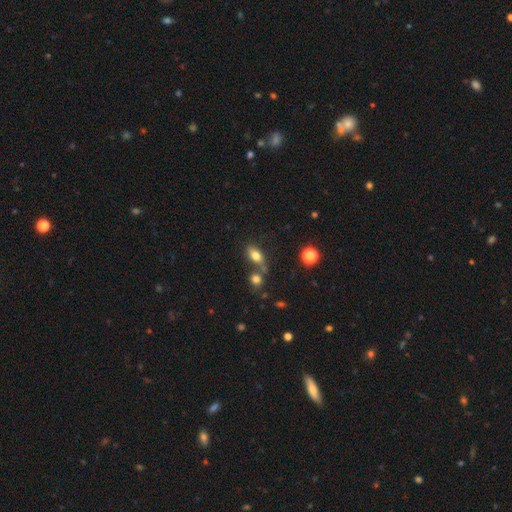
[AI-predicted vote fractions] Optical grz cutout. It shows a smooth galaxy with no disk features (77%) that is in between round and cigar-shaped (82%). Merging: none (51%).